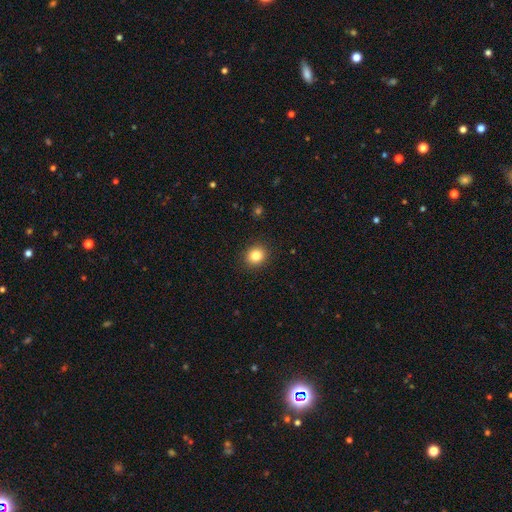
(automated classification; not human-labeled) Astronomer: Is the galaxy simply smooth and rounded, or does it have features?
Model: smooth — 83%.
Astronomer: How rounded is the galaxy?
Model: round — 78%.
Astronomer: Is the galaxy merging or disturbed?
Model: none — 91%.